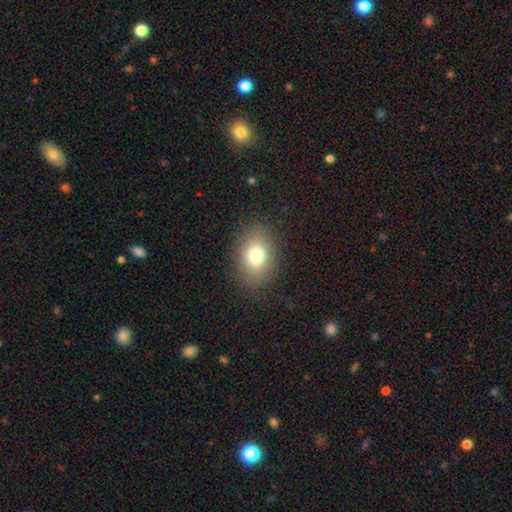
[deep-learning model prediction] This is likely a smooth galaxy (77%). How rounded: likely in between (74%). Merging: clearly none (86%).